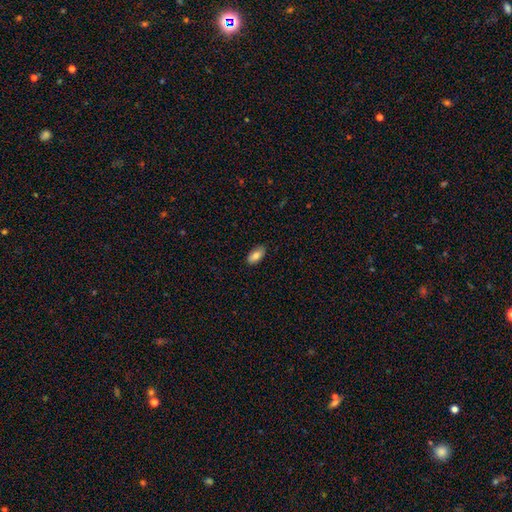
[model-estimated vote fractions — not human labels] Smooth or featured? smooth (83%)
How rounded? in between (93%)
Merging? none (87%)